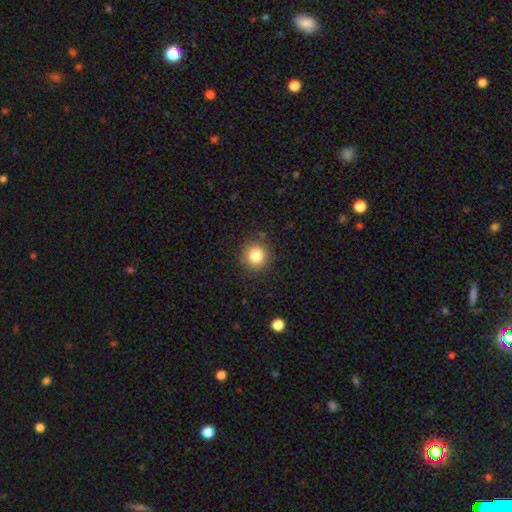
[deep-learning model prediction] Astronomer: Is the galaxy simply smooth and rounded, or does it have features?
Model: smooth — 82%.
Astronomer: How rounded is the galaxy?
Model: round — 92%.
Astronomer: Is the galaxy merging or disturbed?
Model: none — 88%.